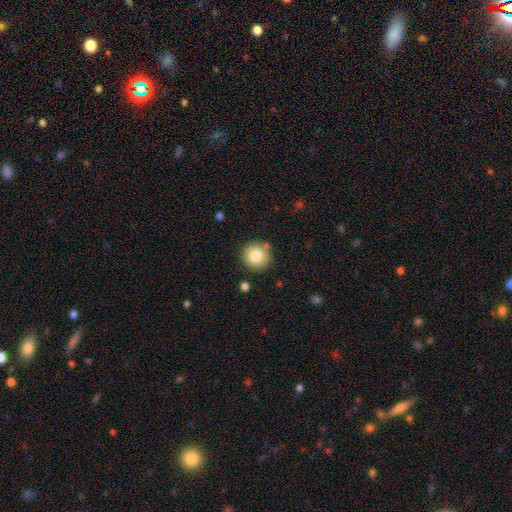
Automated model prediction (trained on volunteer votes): Q: Smooth or featured?
A: smooth (81%); runner-up: star or artifact (10%)
Q: How rounded?
A: round (94%); runner-up: in between (5%)
Q: Merging?
A: none (84%); runner-up: minor disturbance (9%)